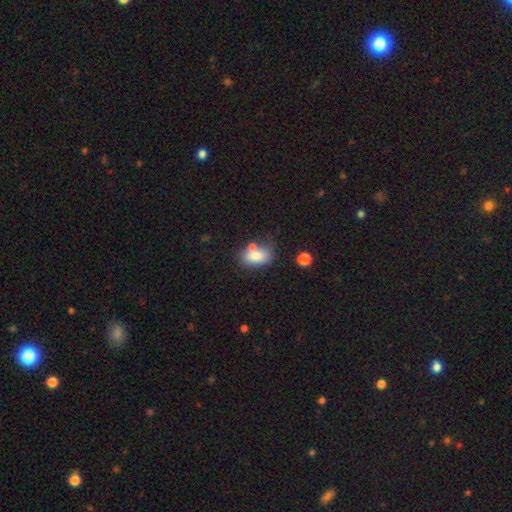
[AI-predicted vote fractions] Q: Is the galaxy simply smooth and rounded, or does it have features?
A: smooth — 81%.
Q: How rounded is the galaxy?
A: in between — 85%.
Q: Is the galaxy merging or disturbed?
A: none — 59%.